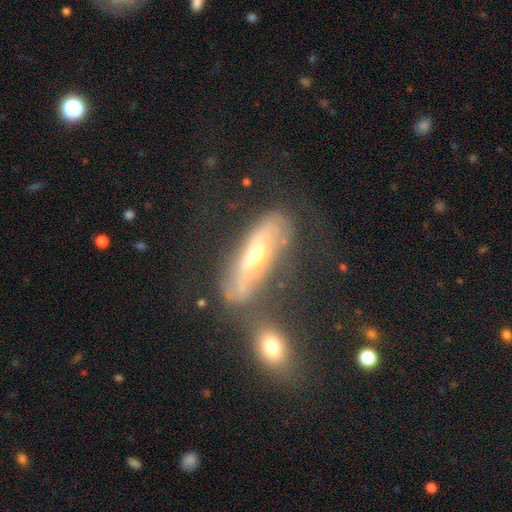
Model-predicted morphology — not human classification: This is likely a featured or disk galaxy (62%). It is likely not viewed edge-on (64%). Merging: possibly none (49%).